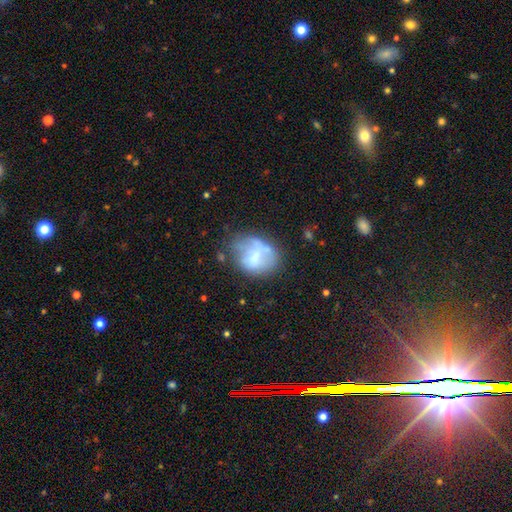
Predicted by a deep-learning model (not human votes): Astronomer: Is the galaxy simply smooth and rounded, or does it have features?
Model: smooth — 50% (runner-up: featured or disk, 40%).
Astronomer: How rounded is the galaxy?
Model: in between — 53% (runner-up: round, 45%).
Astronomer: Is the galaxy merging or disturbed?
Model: none — 40% (runner-up: minor disturbance, 28%).